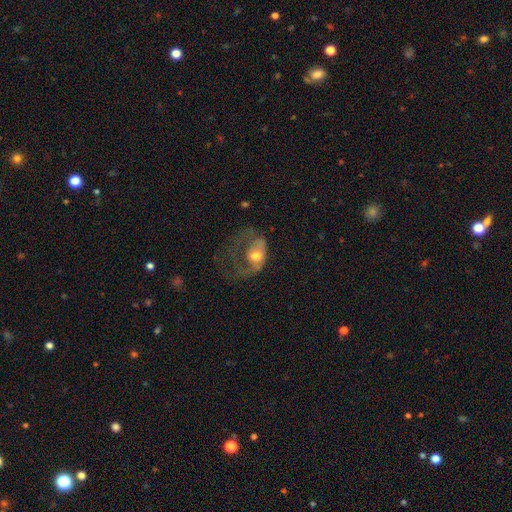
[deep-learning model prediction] Smooth or featured? featured or disk (55%)
Edge-on disk? no (96%)
Bar? no (74%)
Spiral arms? no (54%)
Bulge size? moderate (64%)
Merging? major disturbance (62%)